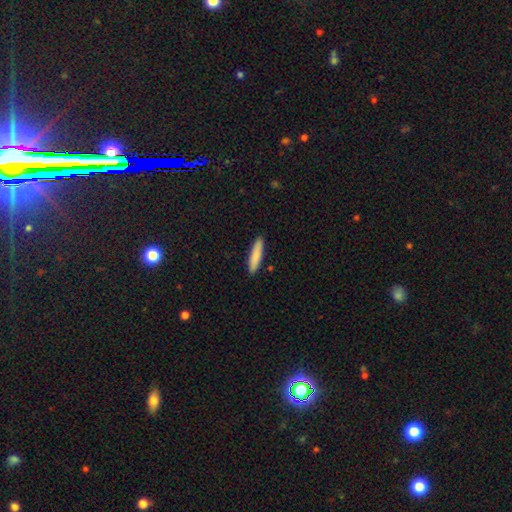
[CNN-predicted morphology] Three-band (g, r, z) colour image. It shows a smooth galaxy with no disk features (85%) that is cigar-shaped (86%). Merging: none (90%).